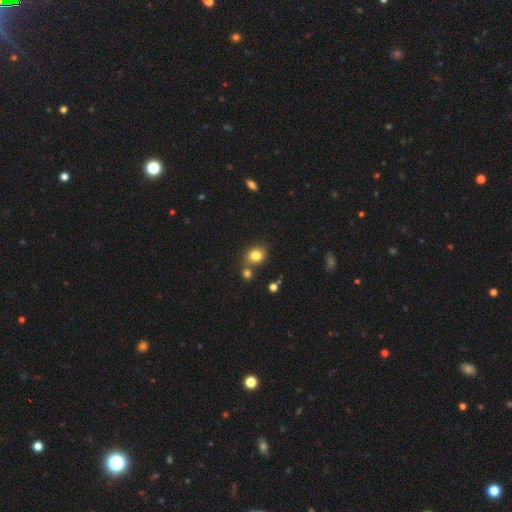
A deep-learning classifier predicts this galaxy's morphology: Smooth or featured: smooth — 82% (star or artifact — 11%)
How rounded: round — 58% (in between — 41%)
Merging: none — 67% (merger — 19%)